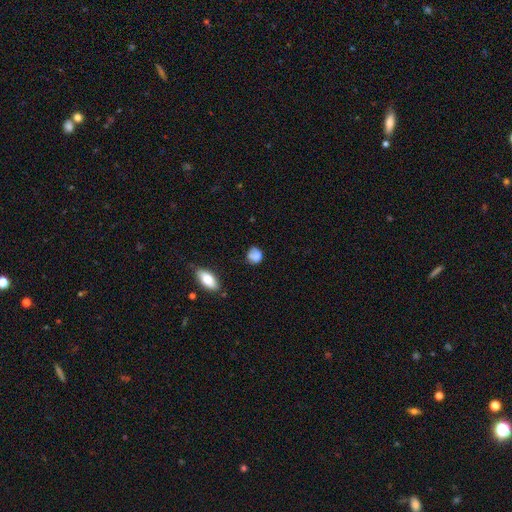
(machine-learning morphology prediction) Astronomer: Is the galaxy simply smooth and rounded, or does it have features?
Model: smooth — 74%.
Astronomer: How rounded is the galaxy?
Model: round — 65%.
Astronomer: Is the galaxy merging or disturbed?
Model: none — 49% (runner-up: minor disturbance, 26%).